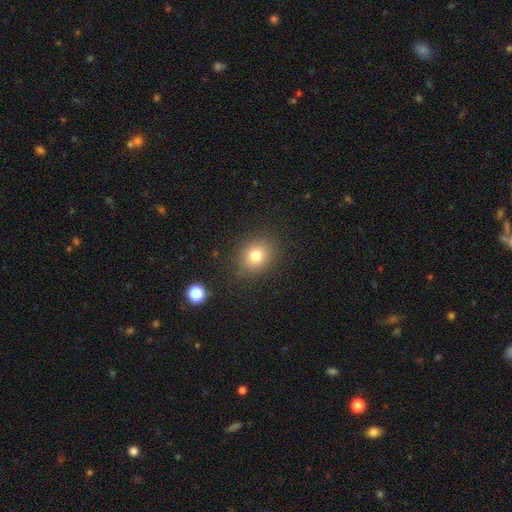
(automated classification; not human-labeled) A smooth galaxy with no disk features (78%) that is round (57%).

Vote fractions:
- Smooth or featured? smooth: 78% / star or artifact: 13% / featured or disk: 9%
- How rounded? round: 57% / in between: 42% / cigar-shaped: 1%
- Merging? none: 85% / minor disturbance: 10% / major disturbance: 4% / merger: 2%